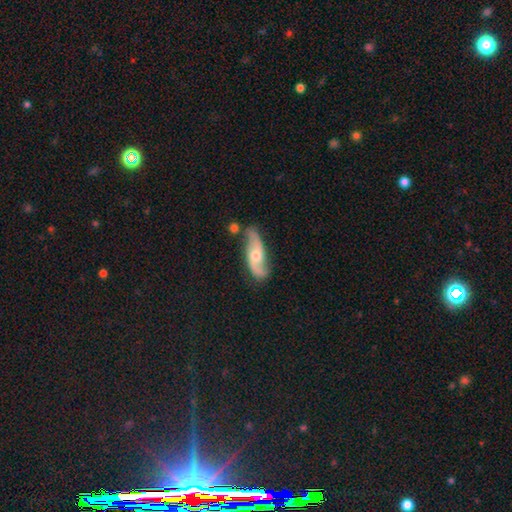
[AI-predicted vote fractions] This appears to be a featured or disk galaxy (74%) with no bar (63%), 2 (89%) loose (64%) spiral arms (92%) and a moderate central bulge (64%). Merging: none (63%).